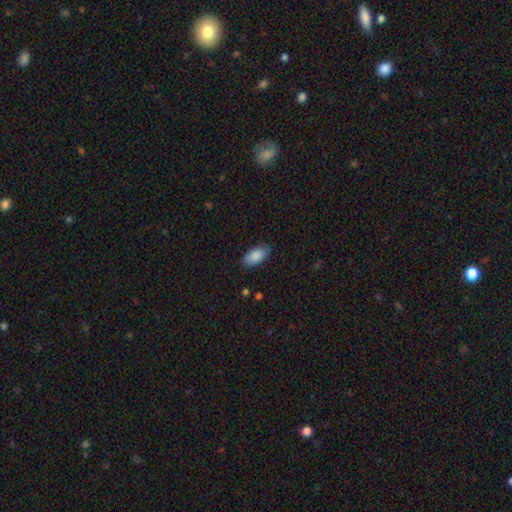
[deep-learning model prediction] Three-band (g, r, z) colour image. It shows a smooth galaxy with no disk features (88%) that is in between round and cigar-shaped (94%). Merging: none (84%).